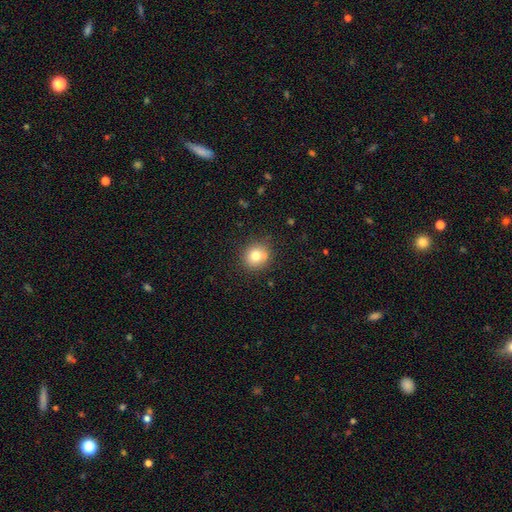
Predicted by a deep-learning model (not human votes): This is likely a smooth galaxy (78%). How rounded: clearly round (84%). Merging: clearly none (82%).